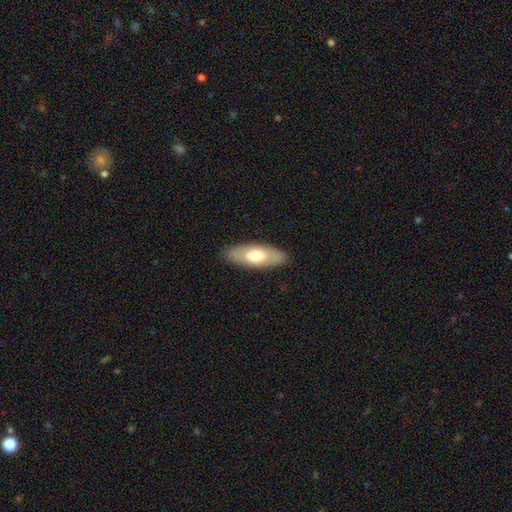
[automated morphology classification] type=smooth (64%); roundness=in between (74%); merging=none (88%).